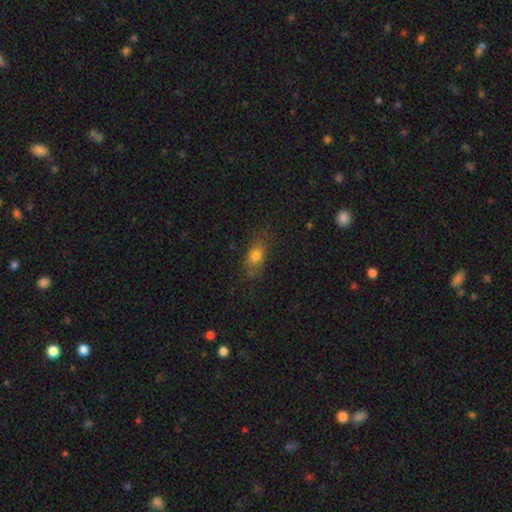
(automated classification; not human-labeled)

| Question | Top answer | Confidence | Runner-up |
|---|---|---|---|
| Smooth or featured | smooth | 76% | featured or disk (12%) |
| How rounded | in between | 76% | round (16%) |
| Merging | none | 73% | minor disturbance (19%) |